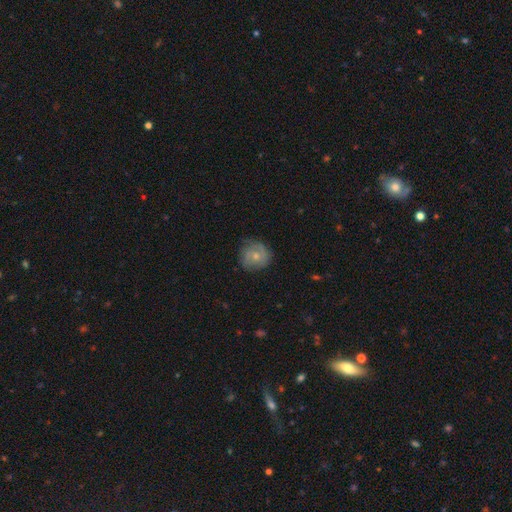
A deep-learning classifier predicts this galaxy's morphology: smooth-or-featured: smooth: 58% | featured or disk: 35% | star or artifact: 8%
  how-rounded: round: 89% | in between: 10% | cigar-shaped: 1%
  merging: none: 72% | minor disturbance: 21% | major disturbance: 6% | merger: 1%